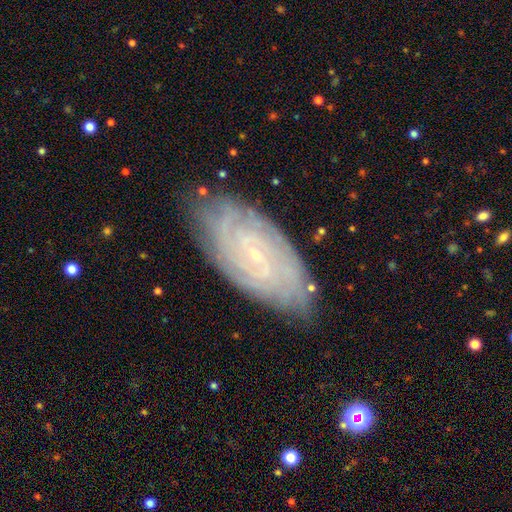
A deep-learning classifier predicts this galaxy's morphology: smooth_or_featured: featured or disk (p=0.81) [alt: smooth p=0.11]
disk_edge_on: no (p=0.94) [alt: yes p=0.06]
bar: no (p=0.59) [alt: weak p=0.32]
has_spiral_arms: yes (p=0.96) [alt: no p=0.04]
spiral_winding: tight (p=0.78) [alt: medium p=0.18]
spiral_arm_count: can't tell (p=0.37) [alt: 2 p=0.17]
bulge_size: small (p=0.88) [alt: moderate p=0.08]
merging: none (p=0.79) [alt: minor disturbance p=0.16]